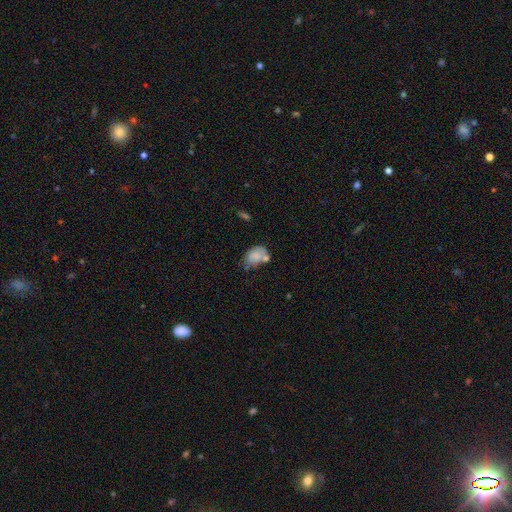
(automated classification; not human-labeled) A smooth galaxy with no disk features (65%) that is in between round and cigar-shaped (74%).

Vote fractions:
- Smooth or featured? smooth: 65% / featured or disk: 25% / star or artifact: 10%
- How rounded? in between: 74% / round: 25% / cigar-shaped: 1%
- Merging? none: 33% / minor disturbance: 27% / merger: 24% / major disturbance: 16%